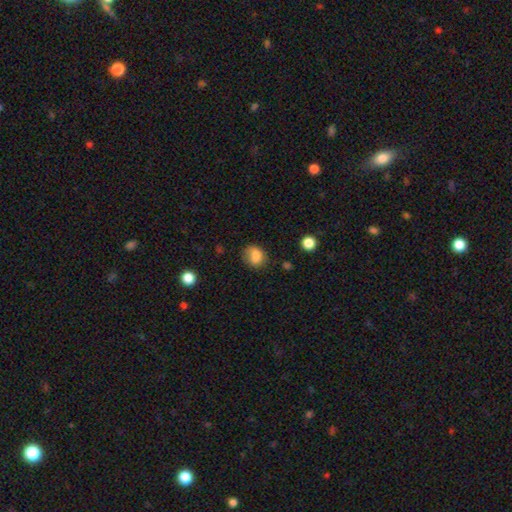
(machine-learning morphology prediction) A smooth galaxy with no disk features (81%) that is round (57%).

Vote fractions:
- Smooth or featured? smooth: 81% / star or artifact: 11% / featured or disk: 9%
- How rounded? round: 57% / in between: 42% / cigar-shaped: 1%
- Merging? none: 59% / minor disturbance: 26% / major disturbance: 10% / merger: 5%